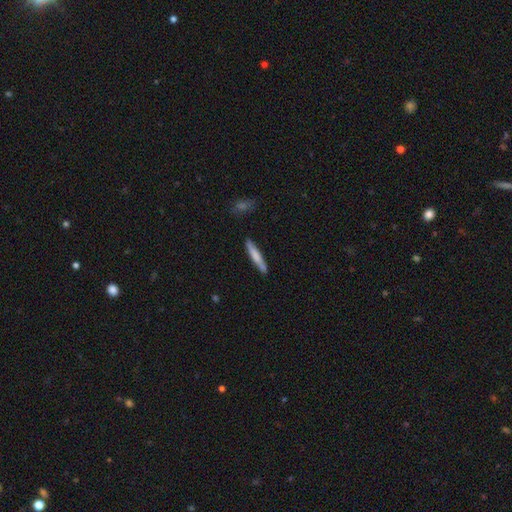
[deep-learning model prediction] smooth-or-featured: smooth: 69% | featured or disk: 26% | star or artifact: 5%
  how-rounded: cigar-shaped: 92% | in between: 6% | round: 1%
  merging: none: 82% | minor disturbance: 12% | merger: 3% | major disturbance: 2%